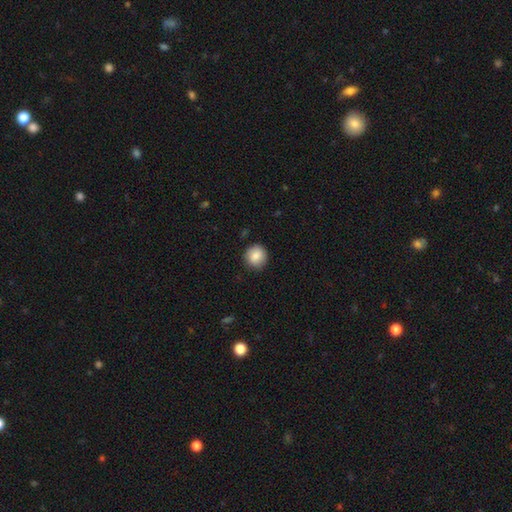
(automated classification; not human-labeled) The model was most divided on "smooth or featured": smooth: 86%, star or artifact: 8%, featured or disk: 6%. More confident: how rounded — round (90%); merging — none (88%).